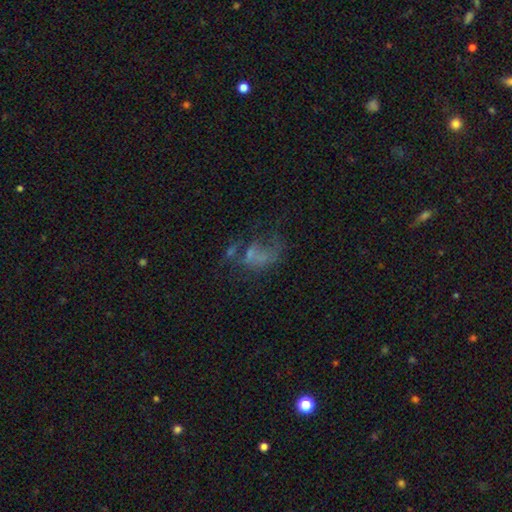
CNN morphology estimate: This is possibly a featured or disk galaxy (45%). Merging: marginally major disturbance (39%).